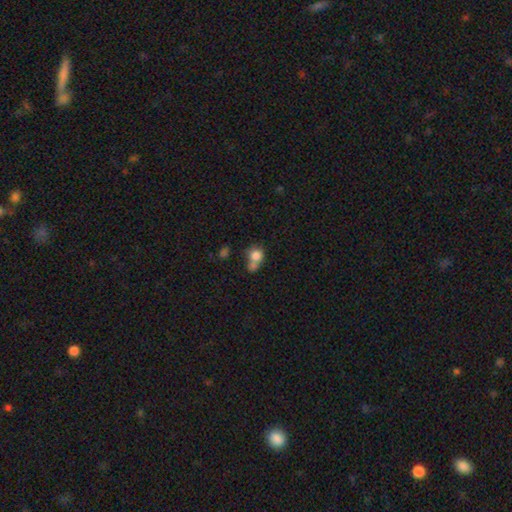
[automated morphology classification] smooth 79%, featured or disk 11%, star or artifact 10%. Down the decision tree: how rounded — round (71%); merging — merger (50%).